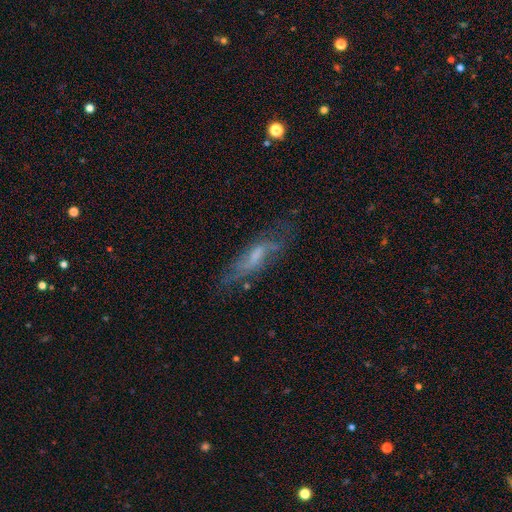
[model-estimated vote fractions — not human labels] Morphology: type=featured or disk (55%); edge-on=no (69%); merging=none (59%).